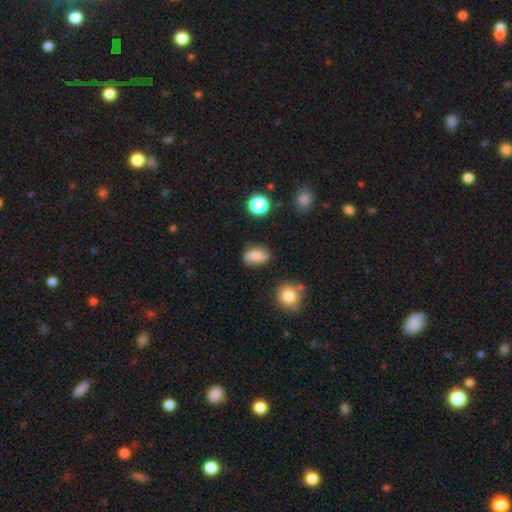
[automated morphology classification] This appears to be a smooth galaxy with no disk features (74%) that is in between round and cigar-shaped (83%). Merging: none (69%).